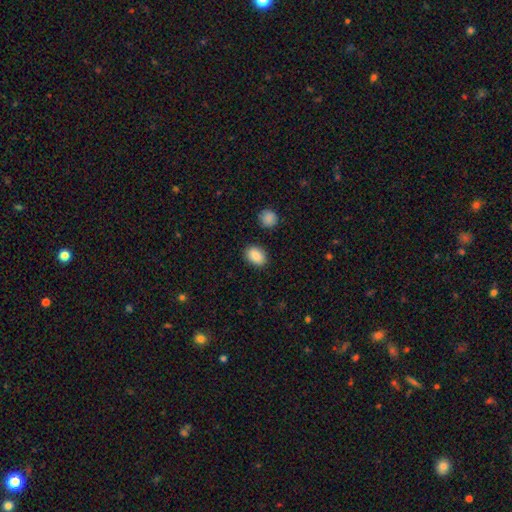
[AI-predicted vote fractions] smooth_or_featured: smooth (p=0.87) [alt: star or artifact p=0.08]
how_rounded: in between (p=0.81) [alt: round p=0.18]
merging: none (p=0.87) [alt: minor disturbance p=0.09]